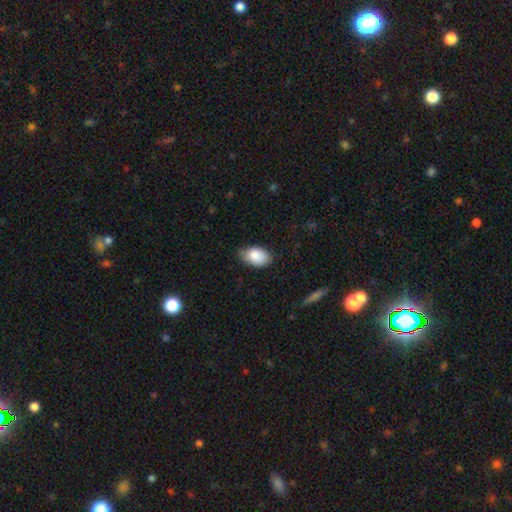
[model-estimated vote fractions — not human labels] Smooth or featured? smooth (86%)
How rounded? in between (91%)
Merging? none (70%)